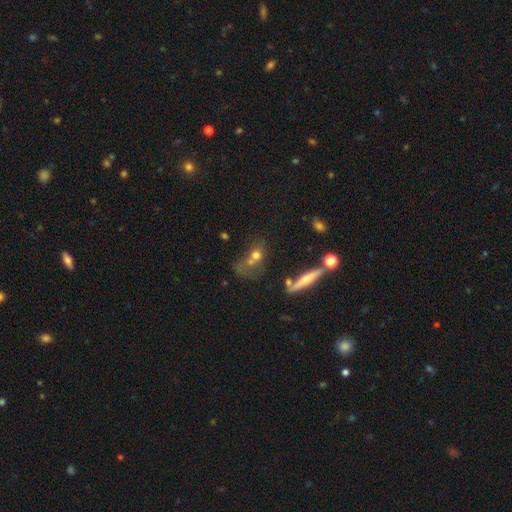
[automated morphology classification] A smooth galaxy with no disk features (59%) that is round (48%). Merging: merger (42%).